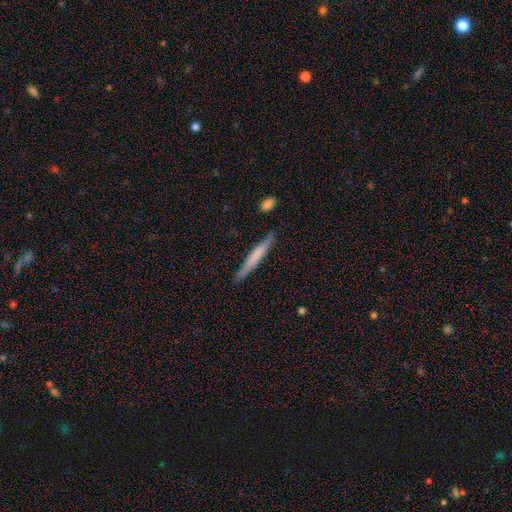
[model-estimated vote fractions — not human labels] Overall: smooth (60%; featured or disk 35%). How rounded: cigar-shaped (96%). Merging: none (84%).